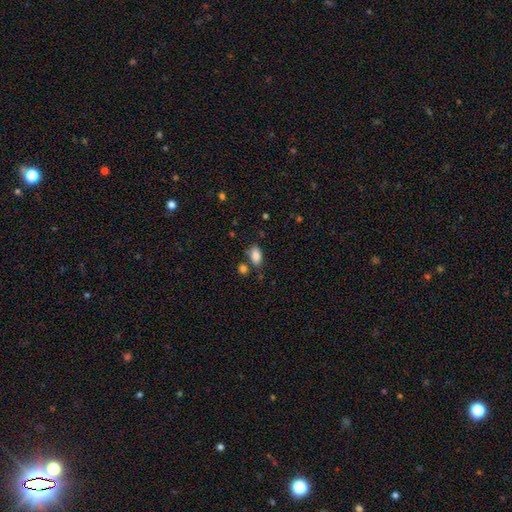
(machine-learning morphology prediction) Smooth or featured? Predicted: smooth (p=0.86). How rounded? Predicted: in between (p=0.91). Merging? Predicted: none (p=0.69).